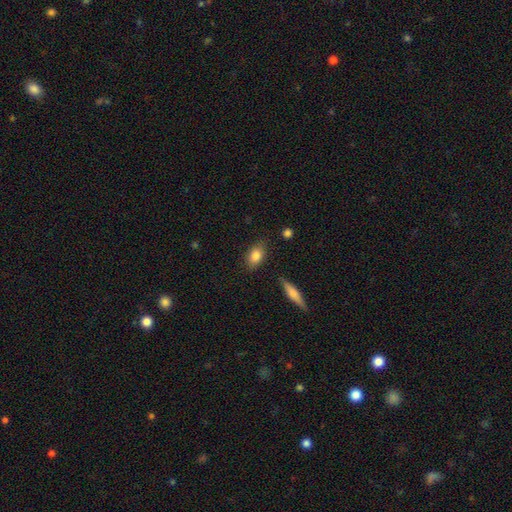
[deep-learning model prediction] Smooth or featured? Predicted: smooth (p=0.84). How rounded? Predicted: in between (p=0.81). Merging? Predicted: none (p=0.81).